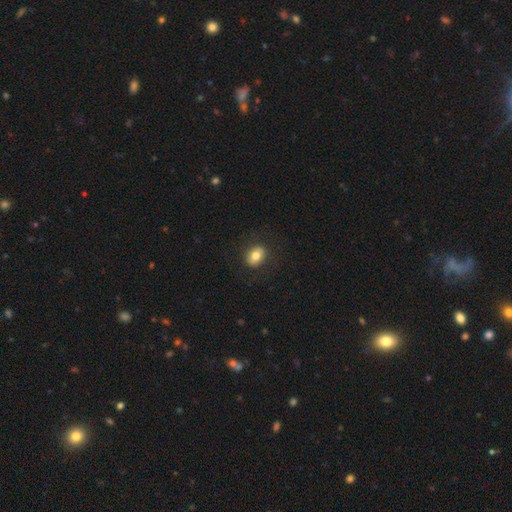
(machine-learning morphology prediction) smooth_or_featured: smooth (p=0.77) [alt: featured or disk p=0.14]
how_rounded: in between (p=0.58) [alt: round p=0.41]
merging: none (p=0.85) [alt: minor disturbance p=0.10]